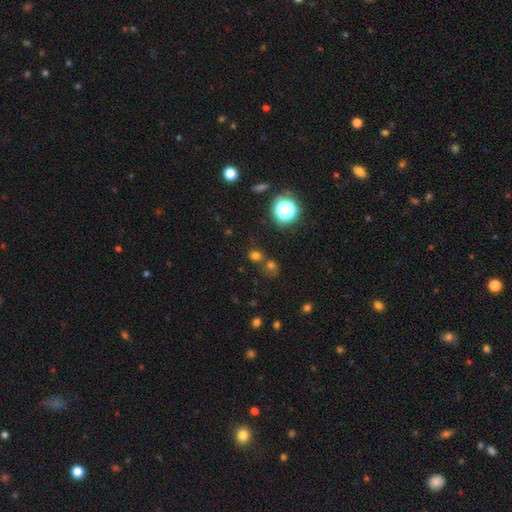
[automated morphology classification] A smooth galaxy with no disk features (64%) that is round (71%). Merging: none (60%).